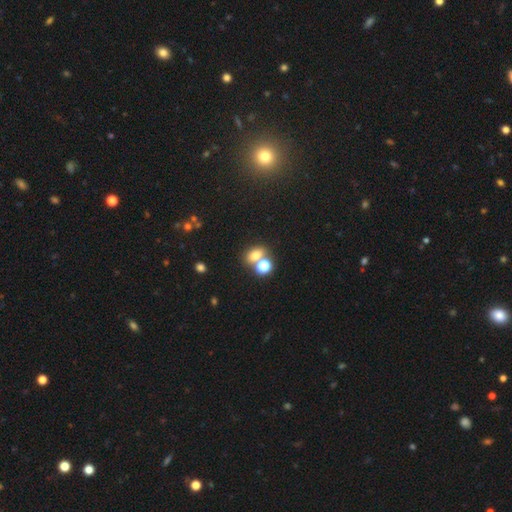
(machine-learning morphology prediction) smooth 69%, star or artifact 19%, featured or disk 11%. Down the decision tree: how rounded — in between (57%); merging — none (51%).